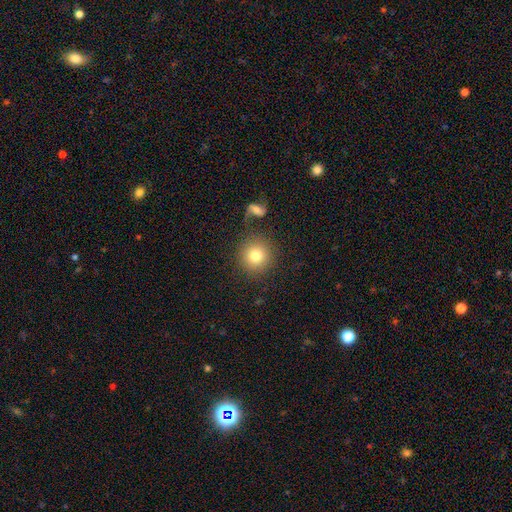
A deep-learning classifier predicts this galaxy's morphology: This is likely a smooth galaxy (80%). How rounded: clearly round (93%). Merging: clearly none (83%).